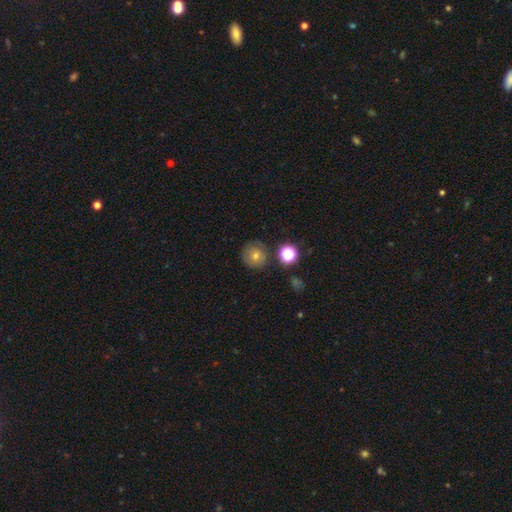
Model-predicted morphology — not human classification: This is possibly a smooth galaxy (59%). How rounded: clearly round (92%). Merging: likely none (78%).